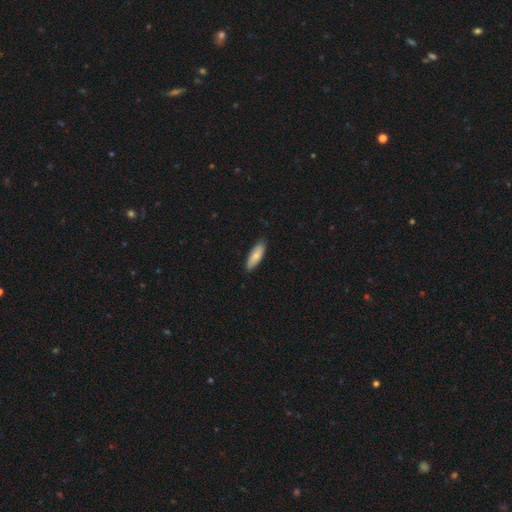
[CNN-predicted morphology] Smooth or featured? smooth (79%)
How rounded? in between (58%)
Merging? none (86%)